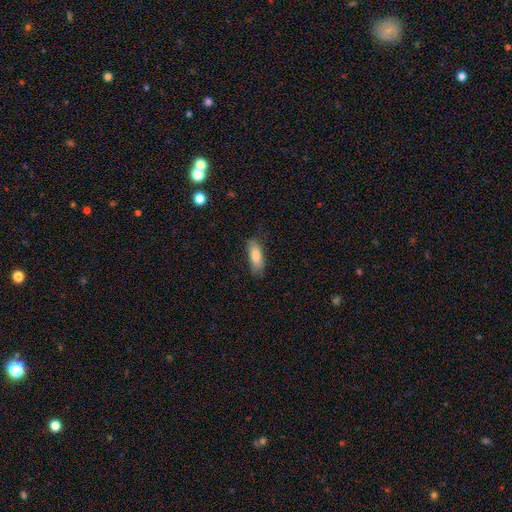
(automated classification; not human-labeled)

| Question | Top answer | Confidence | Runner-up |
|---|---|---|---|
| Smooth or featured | smooth | 84% | featured or disk (10%) |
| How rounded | in between | 71% | cigar-shaped (27%) |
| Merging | none | 73% | minor disturbance (21%) |